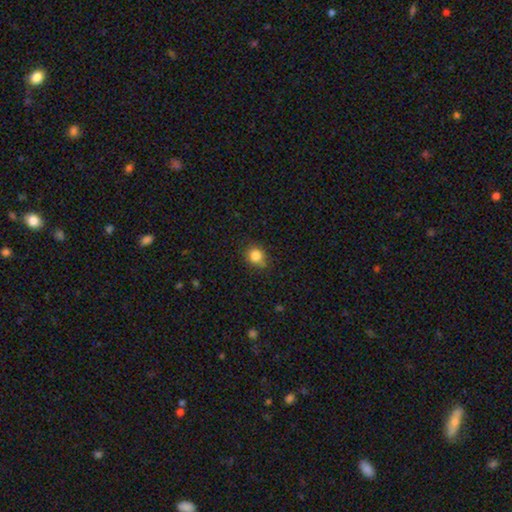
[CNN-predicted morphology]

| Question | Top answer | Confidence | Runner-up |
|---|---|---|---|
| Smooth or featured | smooth | 83% | star or artifact (11%) |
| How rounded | round | 79% | in between (20%) |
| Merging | none | 78% | minor disturbance (16%) |